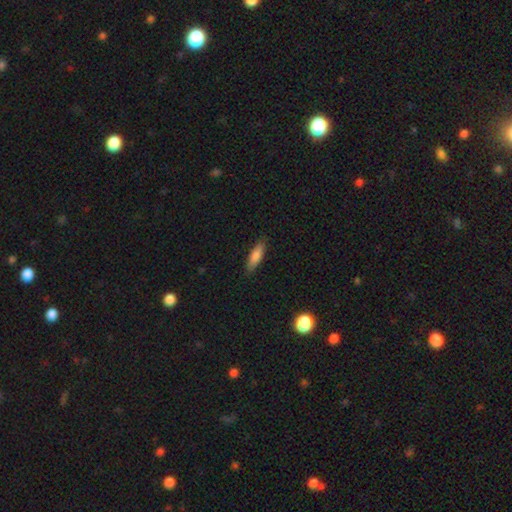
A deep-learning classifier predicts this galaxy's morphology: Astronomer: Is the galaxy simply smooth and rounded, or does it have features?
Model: smooth — 79%.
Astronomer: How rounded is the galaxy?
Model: cigar-shaped — 58% (runner-up: in between, 40%).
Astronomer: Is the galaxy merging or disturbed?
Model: none — 86%.